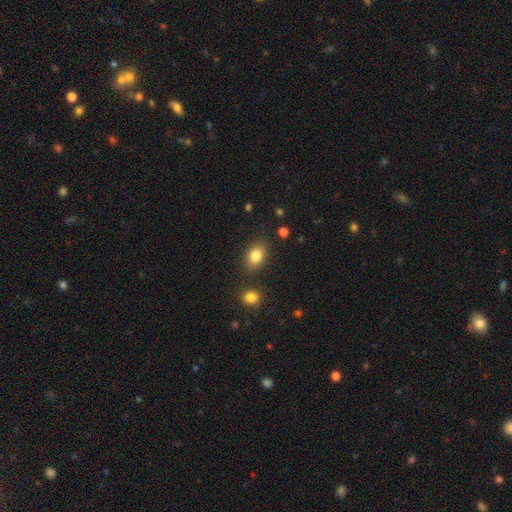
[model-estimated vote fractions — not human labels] A smooth galaxy with no disk features (83%) that is in between round and cigar-shaped (78%). Merging: none (82%).